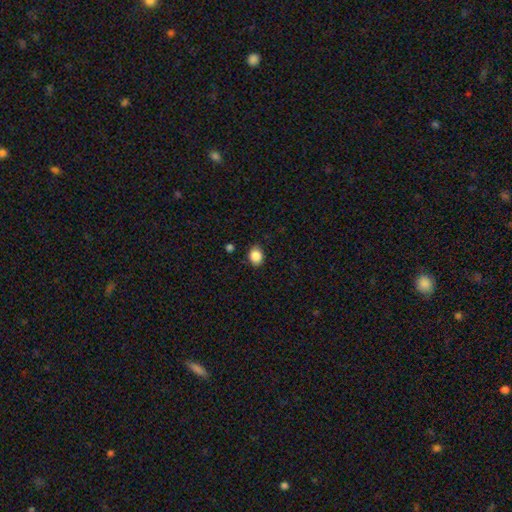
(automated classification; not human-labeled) Q: Smooth or featured?
A: smooth (87%); runner-up: star or artifact (9%)
Q: How rounded?
A: in between (50%); runner-up: round (49%)
Q: Merging?
A: none (84%); runner-up: minor disturbance (12%)